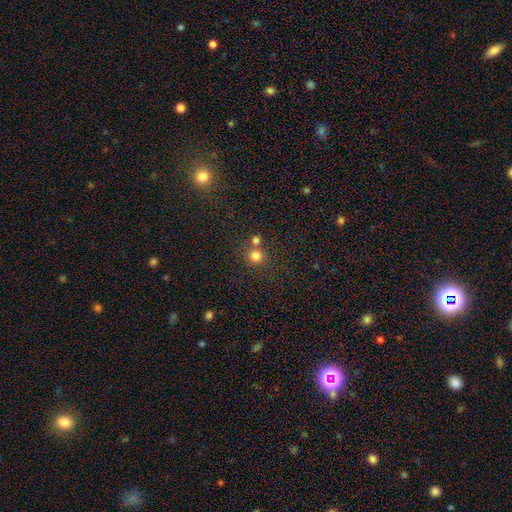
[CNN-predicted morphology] The model was most divided on "merging": none: 62%, merger: 27%, minor disturbance: 7%, major disturbance: 3%. More confident: how rounded — round (91%); smooth or featured — smooth (79%).